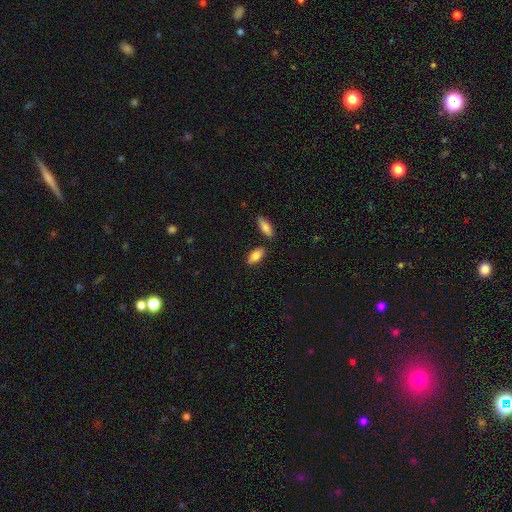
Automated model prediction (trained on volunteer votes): Q: Smooth or featured?
A: smooth (84%); runner-up: featured or disk (10%)
Q: How rounded?
A: in between (86%); runner-up: cigar-shaped (11%)
Q: Merging?
A: none (79%); runner-up: minor disturbance (11%)